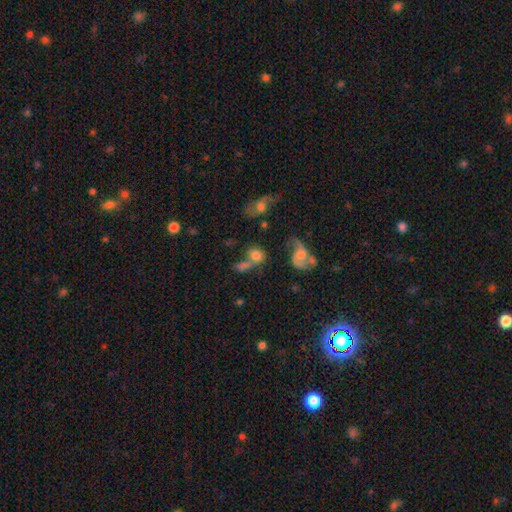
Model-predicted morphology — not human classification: smooth-or-featured: smooth: 69% | featured or disk: 17% | star or artifact: 15%
  how-rounded: round: 59% | in between: 38% | cigar-shaped: 3%
  merging: none: 38% | merger: 37% | minor disturbance: 14% | major disturbance: 11%